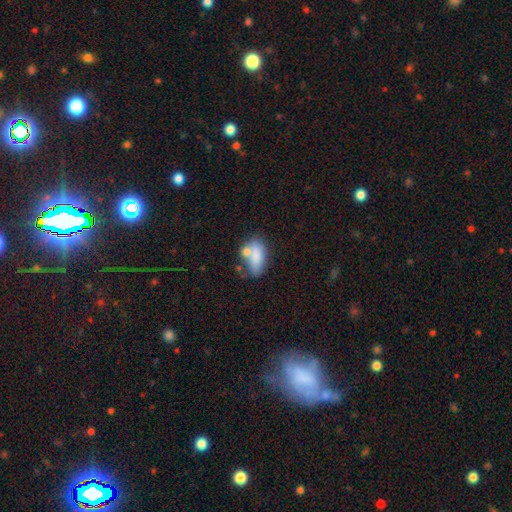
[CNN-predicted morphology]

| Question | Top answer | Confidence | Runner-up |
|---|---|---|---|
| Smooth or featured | smooth | 72% | featured or disk (19%) |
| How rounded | in between | 84% | cigar-shaped (10%) |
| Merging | none | 36% | merger (32%) |